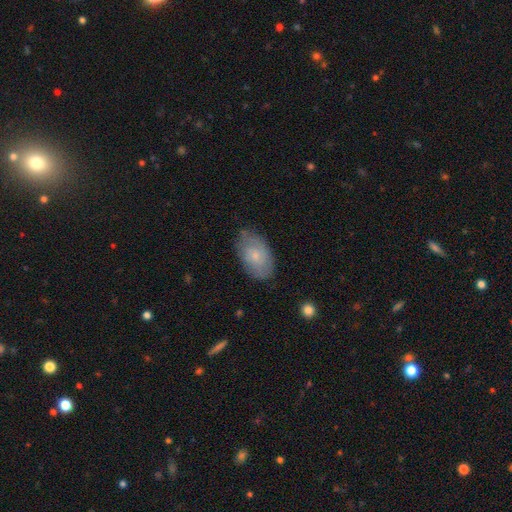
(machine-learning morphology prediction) Smooth or featured? smooth (57%)
How rounded? in between (92%)
Merging? none (73%)